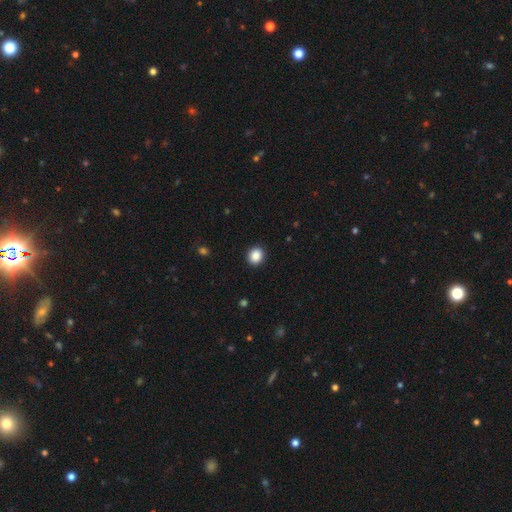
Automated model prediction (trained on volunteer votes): Smooth or featured: smooth — 88% (star or artifact — 9%)
How rounded: round — 79% (in between — 20%)
Merging: none — 92% (minor disturbance — 5%)